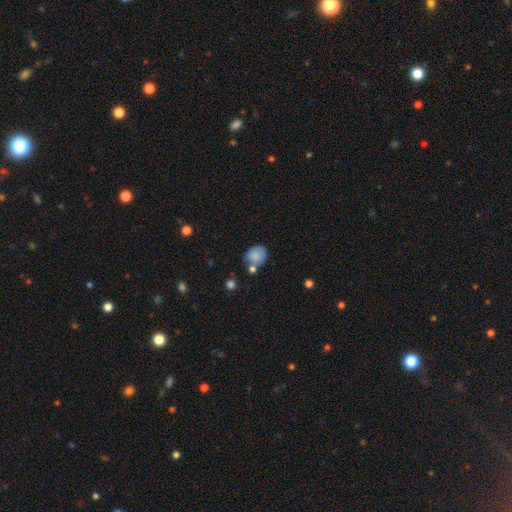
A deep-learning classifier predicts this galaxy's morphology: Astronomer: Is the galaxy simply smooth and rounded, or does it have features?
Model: smooth — 79%.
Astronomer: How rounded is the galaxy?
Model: round — 60% (runner-up: in between, 39%).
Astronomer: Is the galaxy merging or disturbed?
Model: none — 53%.